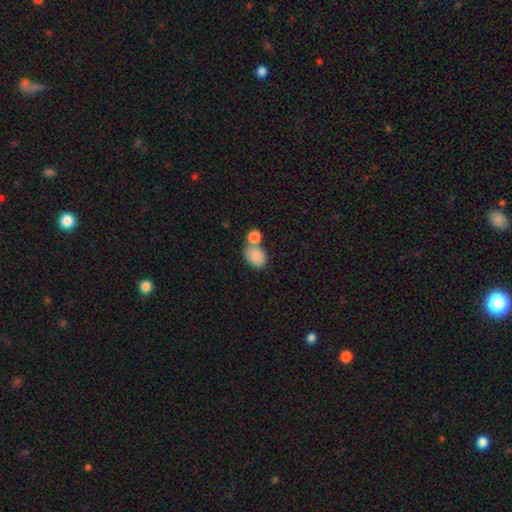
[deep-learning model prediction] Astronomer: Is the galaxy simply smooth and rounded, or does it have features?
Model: smooth — 85%.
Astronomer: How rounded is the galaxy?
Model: in between — 70%.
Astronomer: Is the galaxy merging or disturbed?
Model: merger — 50% (runner-up: none, 36%).